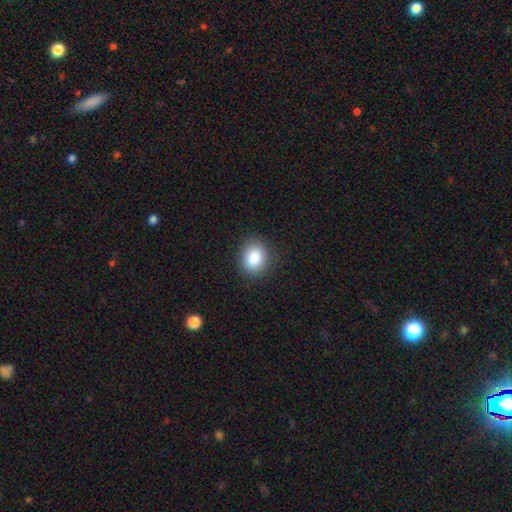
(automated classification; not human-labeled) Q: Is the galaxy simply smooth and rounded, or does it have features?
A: smooth — 86%.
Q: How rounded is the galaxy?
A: round — 56%.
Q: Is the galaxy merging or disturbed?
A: none — 87%.